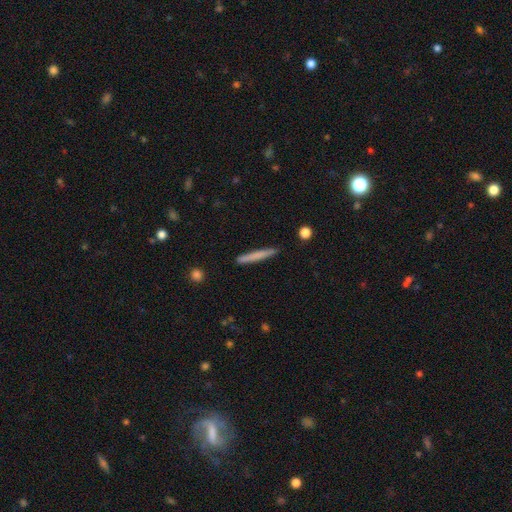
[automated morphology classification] Smooth or featured? smooth (71%)
How rounded? cigar-shaped (96%)
Merging? none (90%)